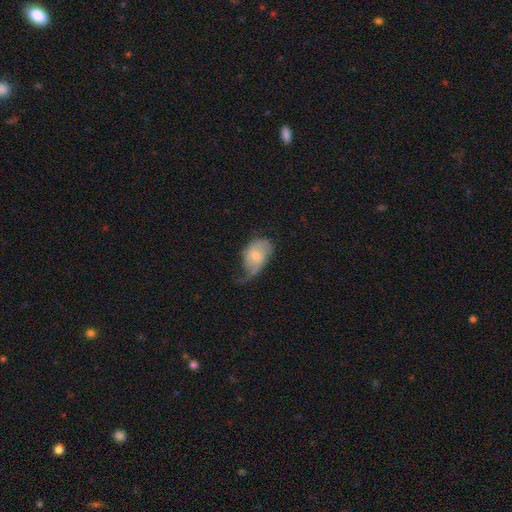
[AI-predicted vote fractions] A smooth galaxy with no disk features (51%) that is in between round and cigar-shaped (85%).

Vote fractions:
- Smooth or featured? smooth: 51% / featured or disk: 42% / star or artifact: 7%
- How rounded? in between: 85% / round: 14% / cigar-shaped: 1%
- Merging? minor disturbance: 40% / major disturbance: 34% / none: 24% / merger: 2%